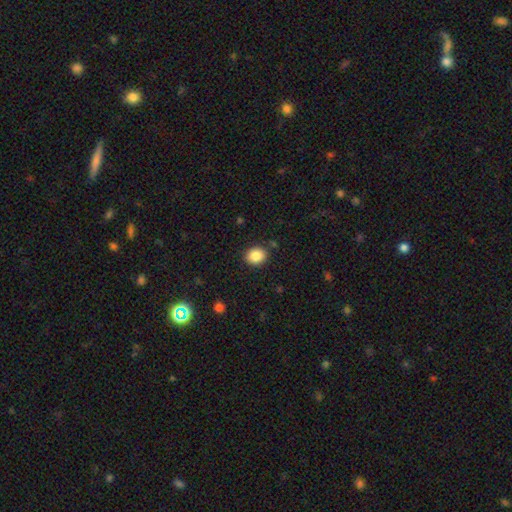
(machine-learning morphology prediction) Q: Smooth or featured?
A: smooth (86%); runner-up: star or artifact (9%)
Q: How rounded?
A: round (67%); runner-up: in between (32%)
Q: Merging?
A: none (87%); runner-up: minor disturbance (9%)